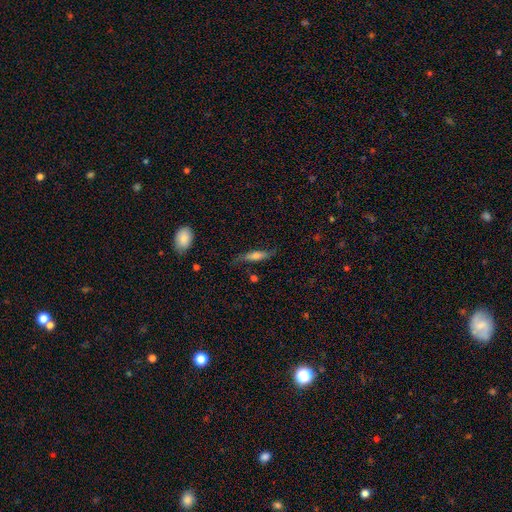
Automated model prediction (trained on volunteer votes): smooth 56%, featured or disk 37%, star or artifact 8%. Down the decision tree: how rounded — cigar-shaped (67%); merging — none (71%).